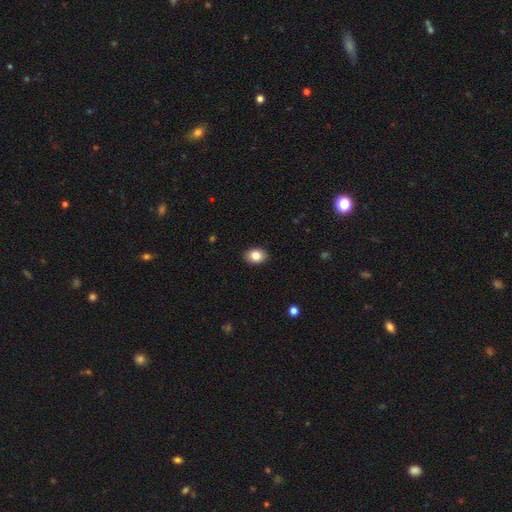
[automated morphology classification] Smooth or featured? Predicted: smooth (p=0.84). How rounded? Predicted: in between (p=0.77). Merging? Predicted: none (p=0.90).